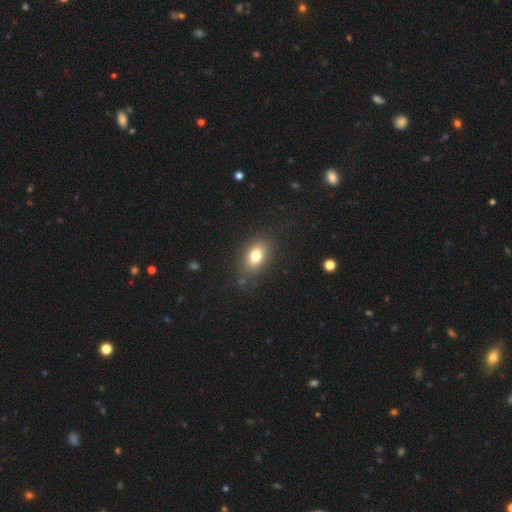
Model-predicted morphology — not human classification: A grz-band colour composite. It shows a smooth galaxy with no disk features (77%) that is in between round and cigar-shaped (79%). Merging: none (81%).